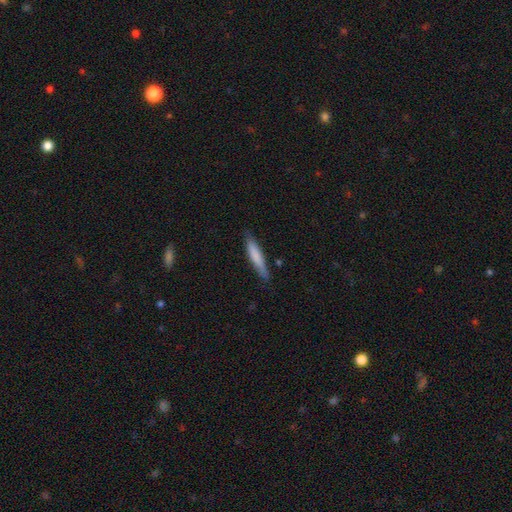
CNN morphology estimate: smooth_or_featured: smooth (p=0.75) [alt: featured or disk p=0.20]
how_rounded: cigar-shaped (p=0.89) [alt: in between p=0.10]
merging: none (p=0.81) [alt: minor disturbance p=0.15]